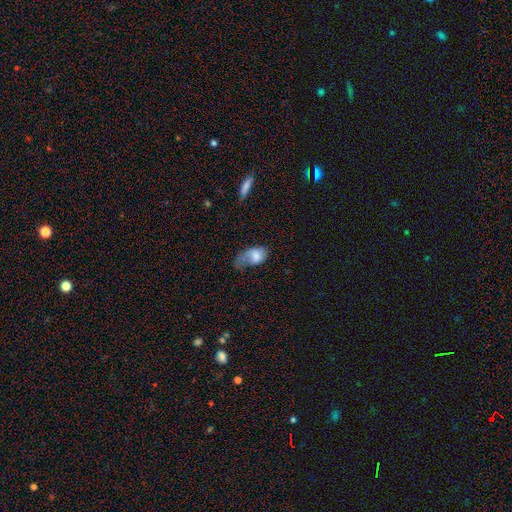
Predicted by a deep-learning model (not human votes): smooth 69%, featured or disk 24%, star or artifact 8%. Down the decision tree: how rounded — in between (87%); merging — major disturbance (50%).